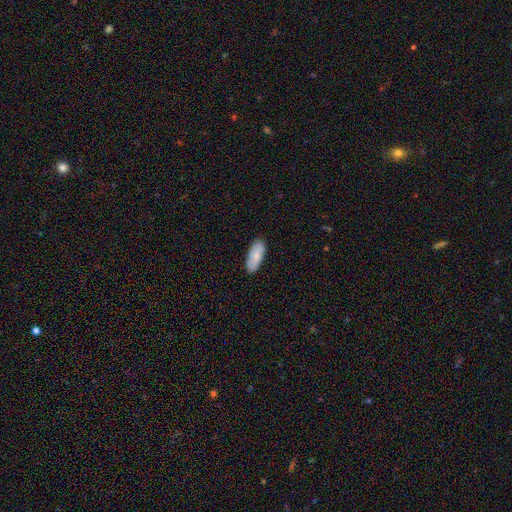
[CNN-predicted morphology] smooth-or-featured: smooth: 77% | featured or disk: 18% | star or artifact: 6%
  how-rounded: in between: 80% | cigar-shaped: 18% | round: 2%
  merging: none: 85% | minor disturbance: 12% | major disturbance: 2% | merger: 1%